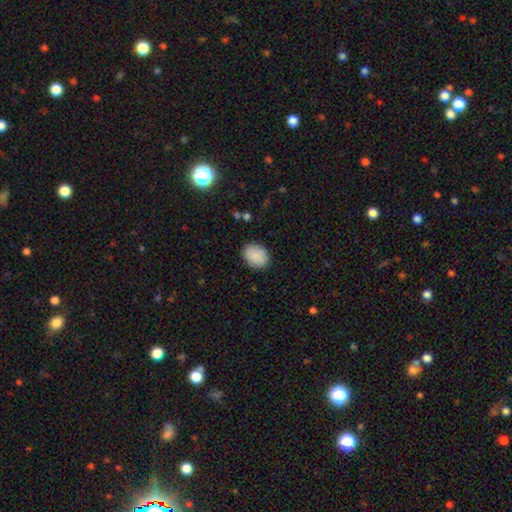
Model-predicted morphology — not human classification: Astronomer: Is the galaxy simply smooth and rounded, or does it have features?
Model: smooth — 90%.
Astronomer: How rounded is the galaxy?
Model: in between — 68%.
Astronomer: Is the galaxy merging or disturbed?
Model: none — 88%.